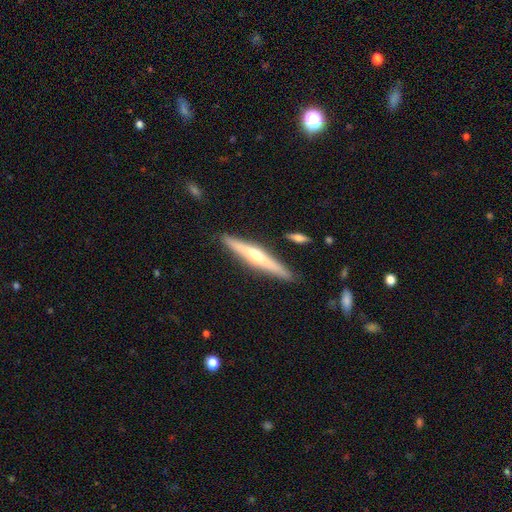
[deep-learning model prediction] This is likely a featured or disk galaxy (65%). It is clearly viewed edge-on (97%). Edge-on bulge: clearly rounded (86%). Merging: clearly none (89%).